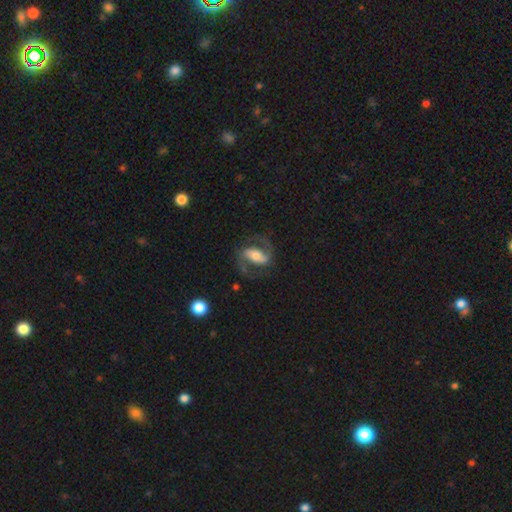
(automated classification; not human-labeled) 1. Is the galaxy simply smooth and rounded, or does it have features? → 82% featured or disk, 13% smooth, 6% star or artifact.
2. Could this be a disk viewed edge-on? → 96% no, 4% yes.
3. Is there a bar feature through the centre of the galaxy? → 53% strong, 29% weak, 18% no.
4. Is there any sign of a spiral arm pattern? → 93% yes, 7% no.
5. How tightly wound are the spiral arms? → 55% medium, 26% loose, 18% tight.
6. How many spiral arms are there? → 92% 2, 3% can't tell, 3% 1, 1% 3, 1% 4, 1% more than 4.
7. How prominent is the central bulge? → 53% moderate, 25% small, 17% large, 3% none, 2% dominant.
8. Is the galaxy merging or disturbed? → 74% none, 13% minor disturbance, 11% major disturbance, 2% merger.